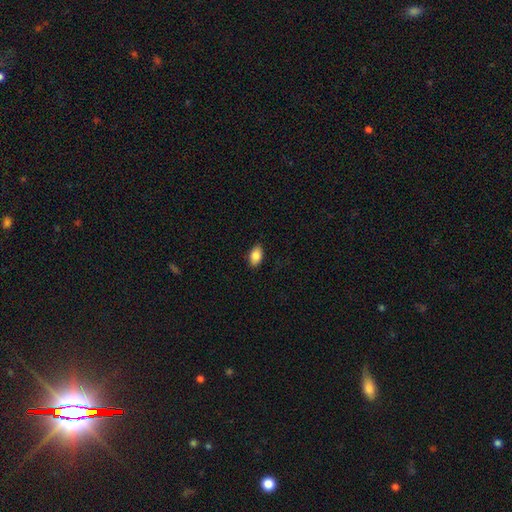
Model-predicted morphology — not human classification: smooth_or_featured: smooth (p=0.86) [alt: star or artifact p=0.07]
how_rounded: in between (p=0.92) [alt: round p=0.06]
merging: none (p=0.88) [alt: minor disturbance p=0.09]